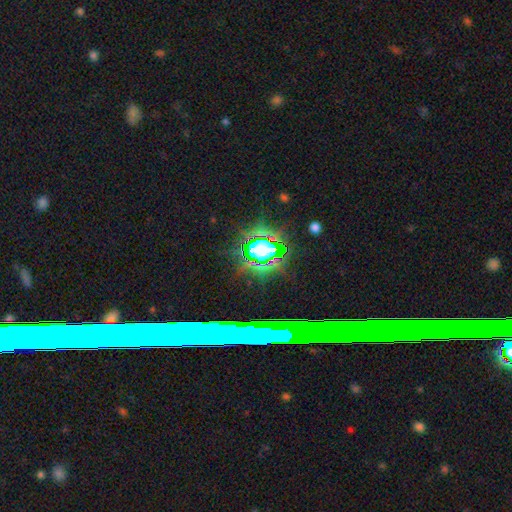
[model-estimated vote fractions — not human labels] A star or artifact, not a galaxy (75%).